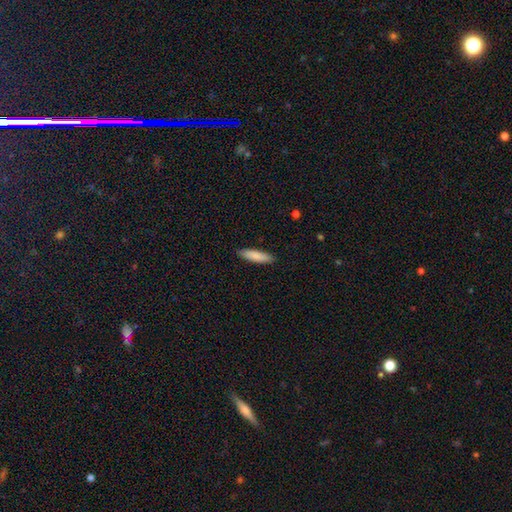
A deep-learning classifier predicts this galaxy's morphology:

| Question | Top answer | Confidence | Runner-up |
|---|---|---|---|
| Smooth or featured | smooth | 86% | featured or disk (9%) |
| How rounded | cigar-shaped | 70% | in between (29%) |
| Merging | none | 89% | minor disturbance (8%) |